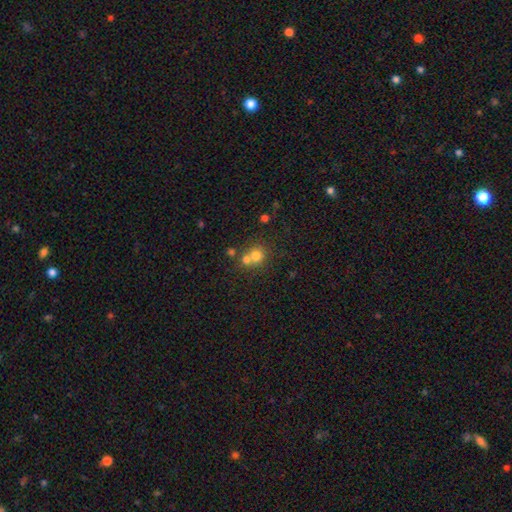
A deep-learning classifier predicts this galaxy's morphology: type=smooth (72%); roundness=round (85%); merging=merger (48%).